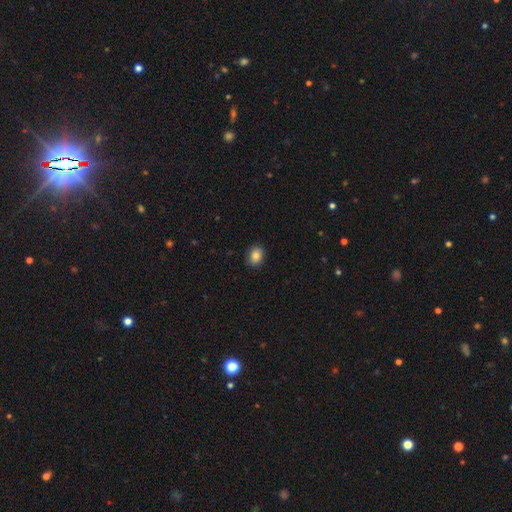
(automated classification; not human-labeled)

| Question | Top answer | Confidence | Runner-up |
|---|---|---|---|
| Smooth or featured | smooth | 83% | star or artifact (9%) |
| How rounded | in between | 57% | round (42%) |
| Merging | none | 89% | minor disturbance (8%) |